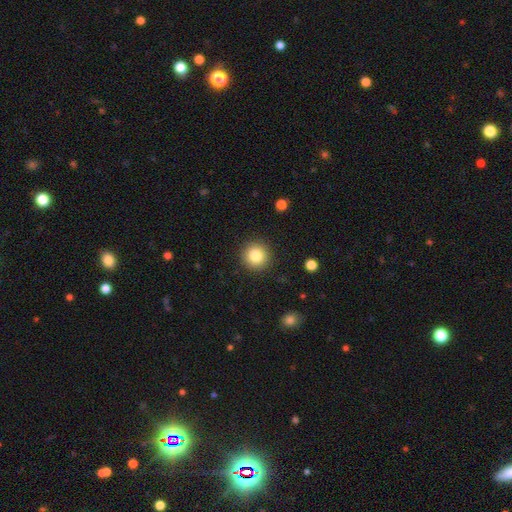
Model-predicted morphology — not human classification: Smooth or featured? Predicted: smooth (p=0.83). How rounded? Predicted: round (p=0.95). Merging? Predicted: none (p=0.91).